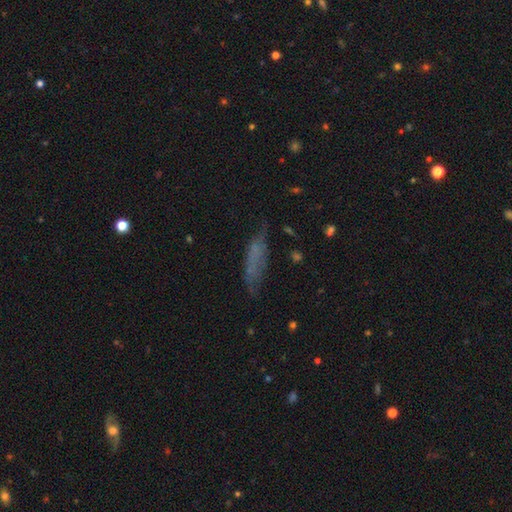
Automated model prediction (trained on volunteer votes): smooth-or-featured: smooth: 56% | featured or disk: 29% | star or artifact: 15%
  how-rounded: cigar-shaped: 61% | in between: 36% | round: 3%
  merging: none: 56% | minor disturbance: 26% | major disturbance: 15% | merger: 3%